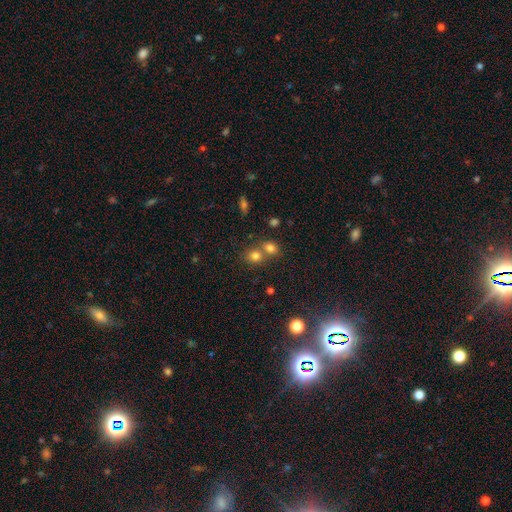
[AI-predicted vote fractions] smooth-or-featured: smooth: 76% | star or artifact: 16% | featured or disk: 9%
  how-rounded: round: 78% | in between: 21% | cigar-shaped: 1%
  merging: none: 47% | merger: 44% | minor disturbance: 6% | major disturbance: 3%